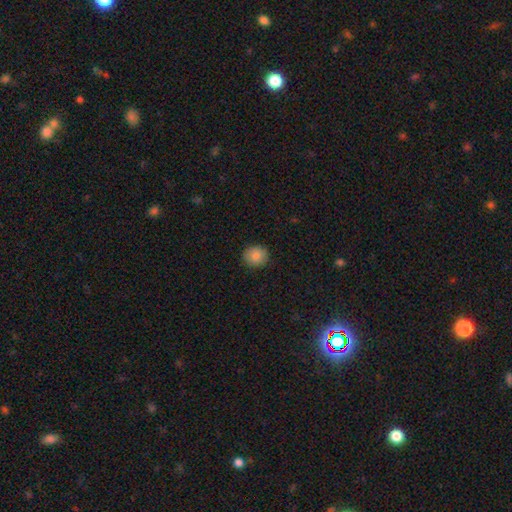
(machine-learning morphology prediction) The model was most divided on "how rounded": round: 85%, in between: 14%, cigar-shaped: 1%. More confident: merging — none (90%); smooth or featured — smooth (87%).